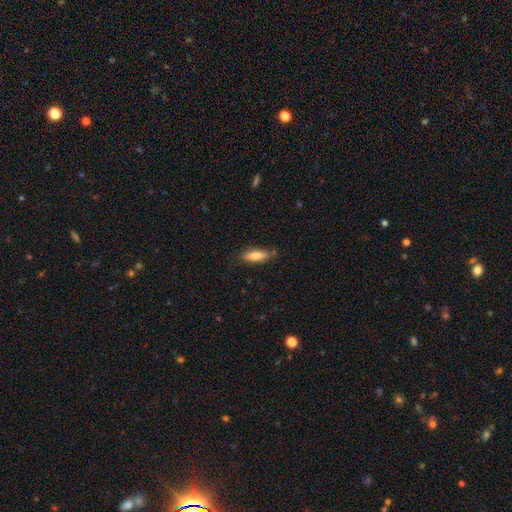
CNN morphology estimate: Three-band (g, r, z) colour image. It shows a smooth galaxy with no disk features (76%) that is in between round and cigar-shaped (55%). Merging: none (74%).